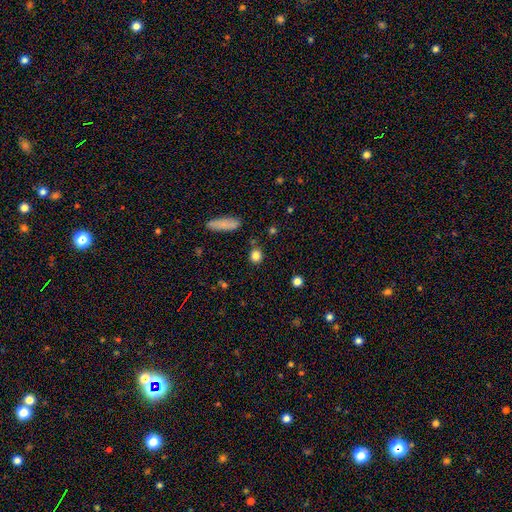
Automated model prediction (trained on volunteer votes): A smooth galaxy with no disk features (83%) that is round (78%). Merging: none (84%).